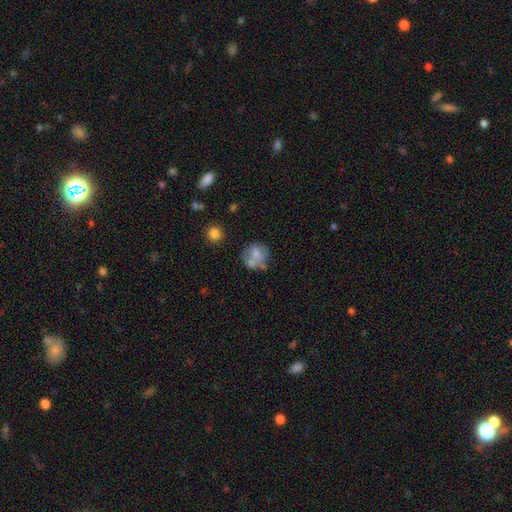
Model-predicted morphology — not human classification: smooth 59%, featured or disk 32%, star or artifact 10%. Down the decision tree: how rounded — round (73%); merging — none (42%).